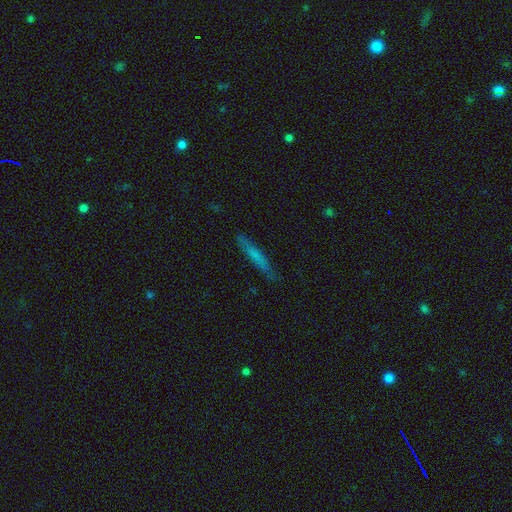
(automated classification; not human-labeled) smooth 58%, featured or disk 34%, star or artifact 7%. Down the decision tree: how rounded — cigar-shaped (94%); merging — none (85%).